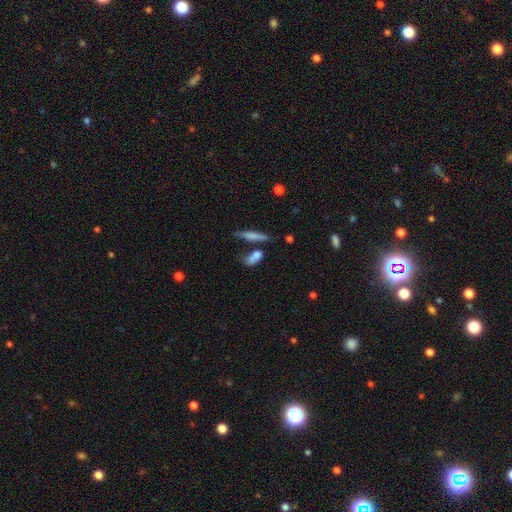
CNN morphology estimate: The model was most divided on "how rounded": in between: 54%, cigar-shaped: 36%, round: 10%. Remaining: smooth or featured — smooth (71%); merging — none (48%).